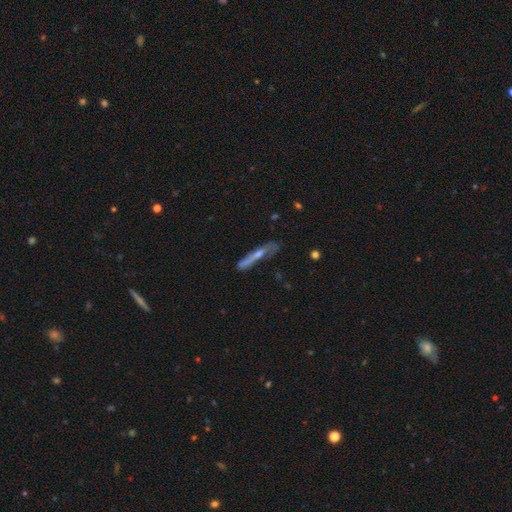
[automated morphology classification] Smooth or featured? featured or disk (58%)
Edge-on disk? yes (81%)
Merging? none (61%)